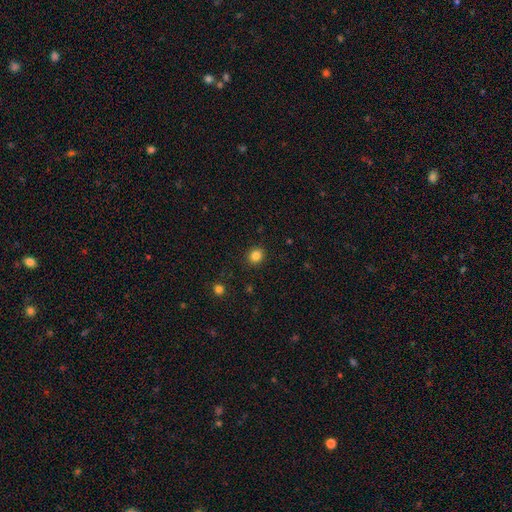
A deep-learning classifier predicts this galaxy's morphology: Overall: smooth (84%). How rounded: round (81%). Merging: none (91%).